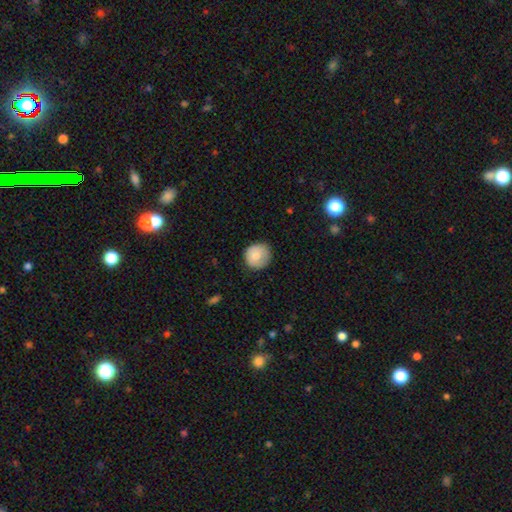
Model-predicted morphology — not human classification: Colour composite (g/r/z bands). It shows a smooth galaxy with no disk features (80%) that is round (89%). Merging: none (78%).